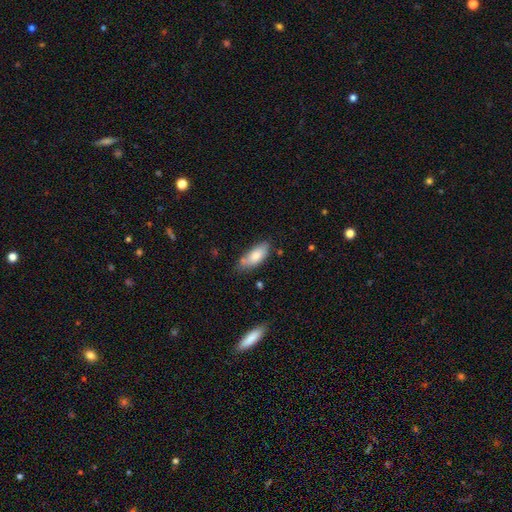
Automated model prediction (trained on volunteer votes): Morphology: type=smooth (78%); roundness=in between (83%); merging=none (65%).